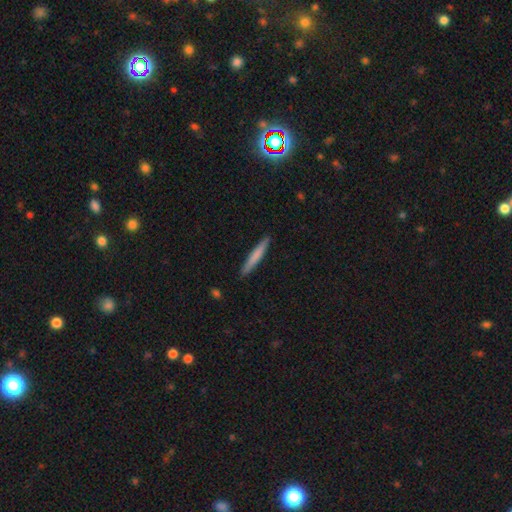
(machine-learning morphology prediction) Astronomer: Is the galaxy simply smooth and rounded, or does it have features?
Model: smooth — 74%.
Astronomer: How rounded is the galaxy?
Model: cigar-shaped — 96%.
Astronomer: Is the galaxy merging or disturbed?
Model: none — 91%.